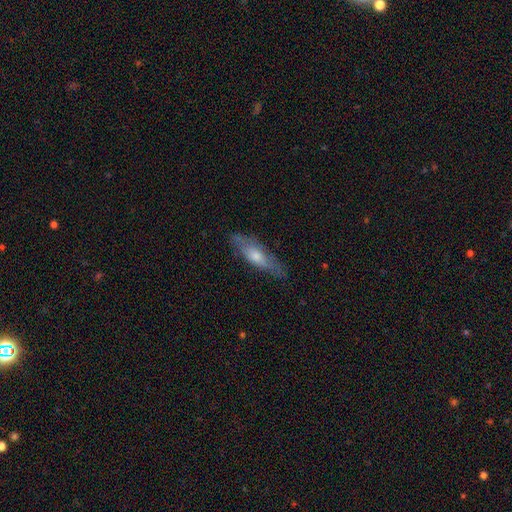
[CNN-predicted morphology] The model was most divided on "smooth or featured": featured or disk: 47%, smooth: 46%, star or artifact: 7%. More confident: merging — none (72%).